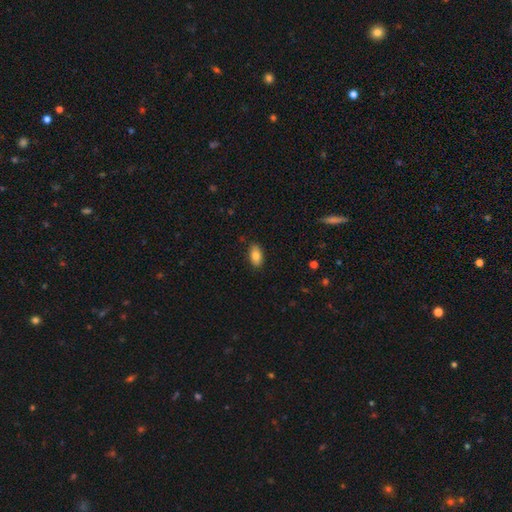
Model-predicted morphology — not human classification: This is clearly a smooth galaxy (82%). How rounded: clearly in between (92%). Merging: clearly none (86%).